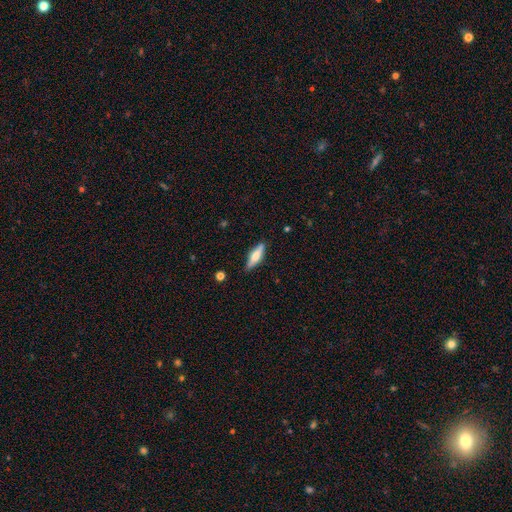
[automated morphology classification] Smooth or featured?
  - smooth: 55% *
  - featured or disk: 39%
  - star or artifact: 6%
How rounded?
  - cigar-shaped: 52% *
  - in between: 46%
  - round: 2%
Merging?
  - none: 83% *
  - minor disturbance: 13%
  - major disturbance: 2%
  - merger: 1%